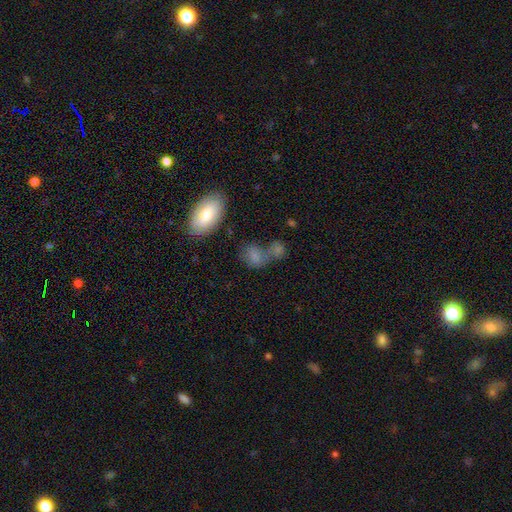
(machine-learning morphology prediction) Overall: smooth (75%). How rounded: in between (68%; round 29%). Merging: merger (40%; none 38%).